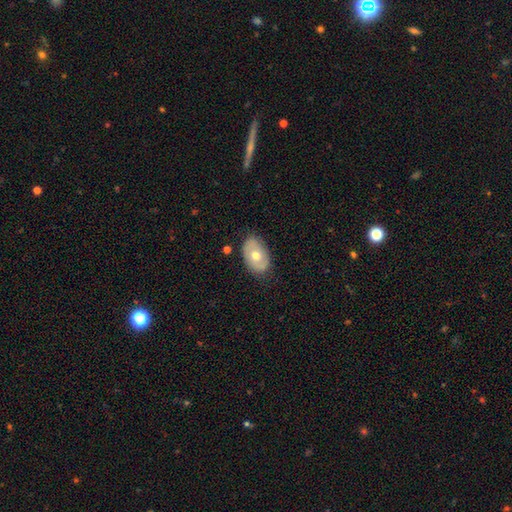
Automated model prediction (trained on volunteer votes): A smooth galaxy with no disk features (56%) that is in between round and cigar-shaped (86%). Merging: none (80%).